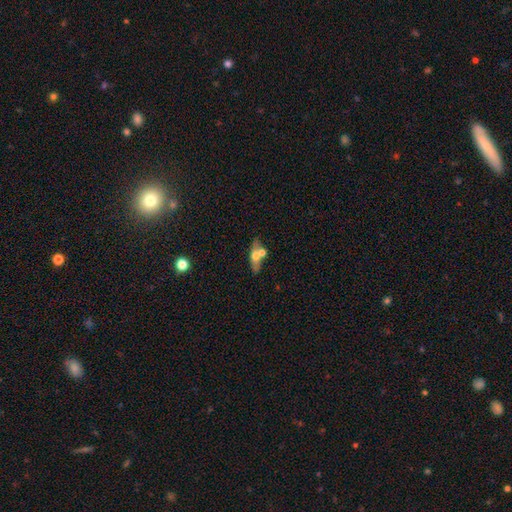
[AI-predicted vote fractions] smooth_or_featured: smooth (p=0.50) [alt: featured or disk p=0.43]
merging: none (p=0.53) [alt: merger p=0.31]